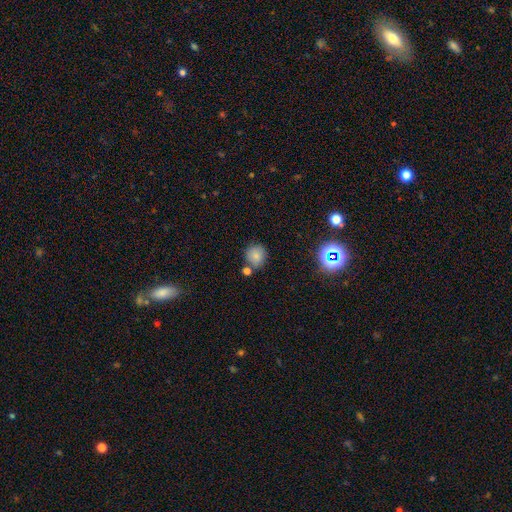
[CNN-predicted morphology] Smooth or featured? Predicted: smooth (p=0.77). How rounded? Predicted: round (p=0.88). Merging? Predicted: none (p=0.69).